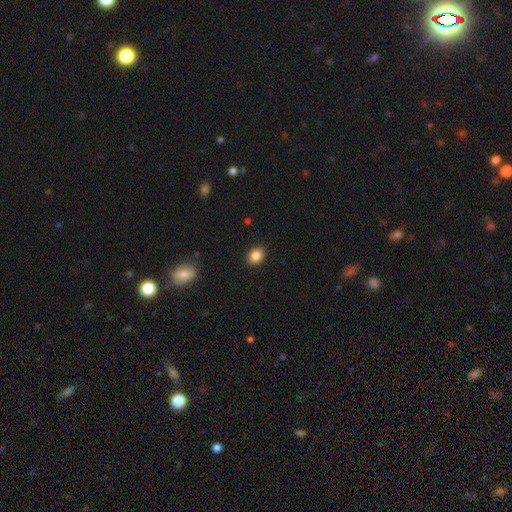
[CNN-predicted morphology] smooth-or-featured: smooth: 86% | star or artifact: 9% | featured or disk: 5%
  how-rounded: in between: 57% | round: 42% | cigar-shaped: 1%
  merging: none: 90% | minor disturbance: 7% | major disturbance: 2% | merger: 1%